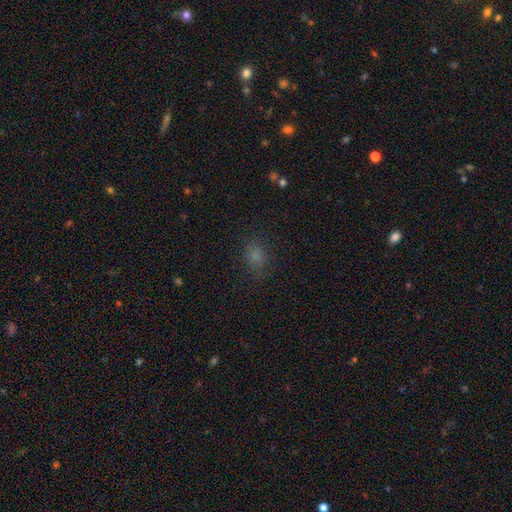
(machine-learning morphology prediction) A smooth galaxy with no disk features (74%) that is in between round and cigar-shaped (53%). Merging: none (78%).